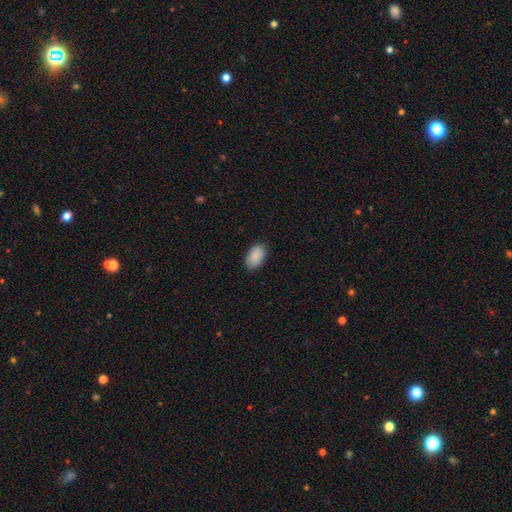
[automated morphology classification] Smooth or featured: smooth — 89% (star or artifact — 7%)
How rounded: in between — 93% (round — 6%)
Merging: none — 86% (minor disturbance — 10%)